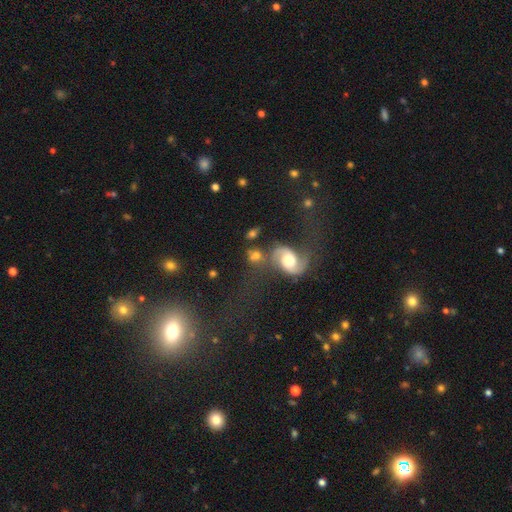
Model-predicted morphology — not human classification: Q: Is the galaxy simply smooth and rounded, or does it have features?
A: smooth — 45%.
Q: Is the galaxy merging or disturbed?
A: none — 53%.